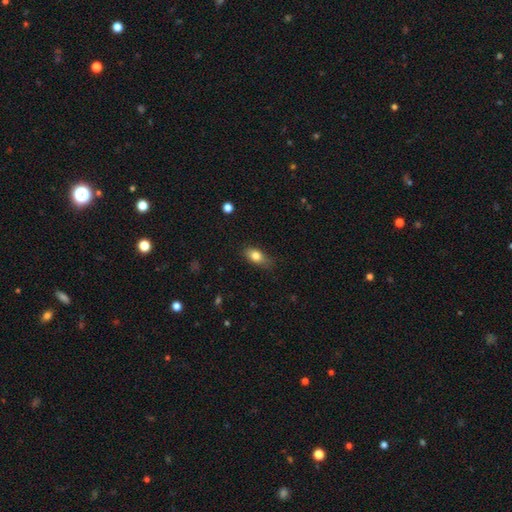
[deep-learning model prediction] smooth 80%, featured or disk 12%, star or artifact 8%. Down the decision tree: how rounded — in between (83%); merging — none (72%).